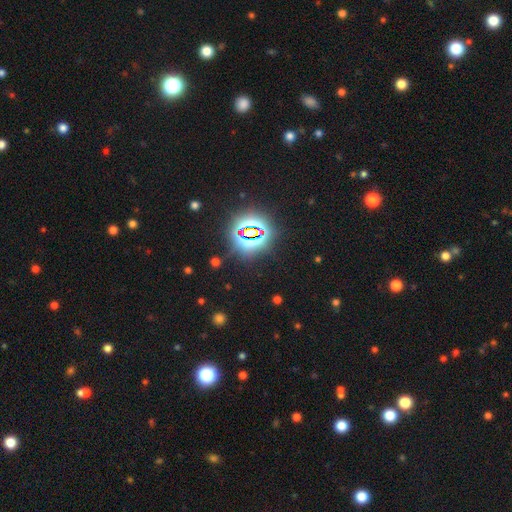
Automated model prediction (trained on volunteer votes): A star or artifact, not a galaxy (81%).

Vote fractions:
- Smooth or featured? star or artifact: 81% / smooth: 12% / featured or disk: 7%